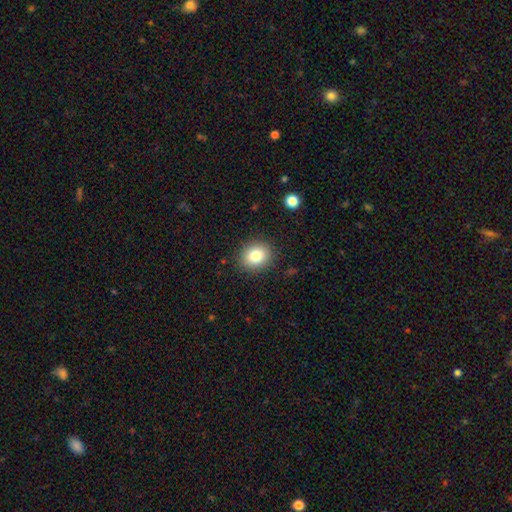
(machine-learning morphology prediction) type=smooth (81%); roundness=round (64%); merging=none (88%).